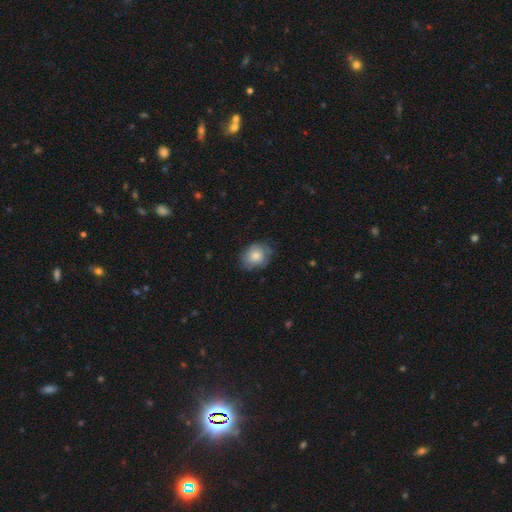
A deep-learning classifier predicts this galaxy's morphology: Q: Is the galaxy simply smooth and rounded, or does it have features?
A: smooth — 77%.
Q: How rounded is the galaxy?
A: in between — 54%.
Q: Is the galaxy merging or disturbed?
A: none — 70%.